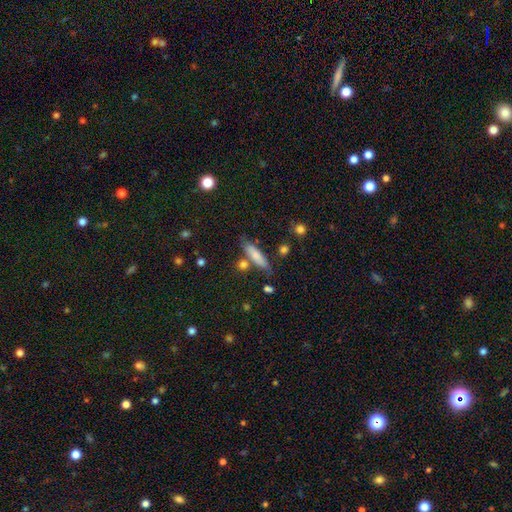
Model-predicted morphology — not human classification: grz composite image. It shows a smooth galaxy with no disk features (74%) that is cigar-shaped (67%). Merging: none (72%).